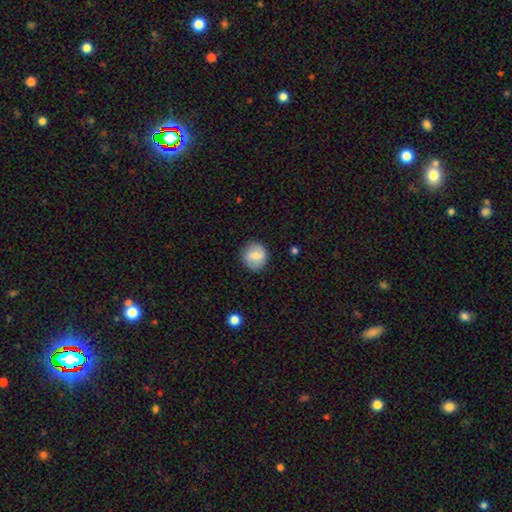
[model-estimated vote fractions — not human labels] This appears to be a smooth galaxy with no disk features (78%) that is round (90%). Merging: none (86%).